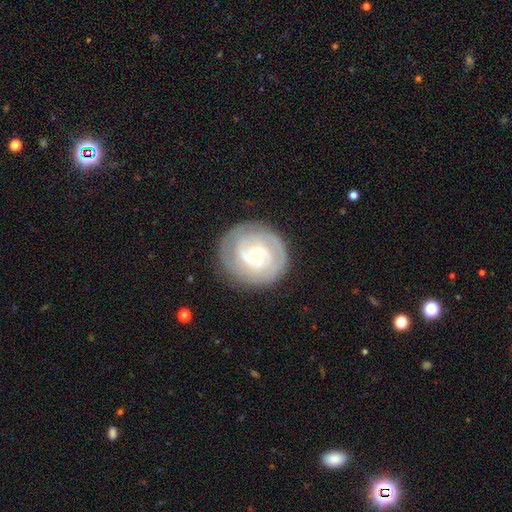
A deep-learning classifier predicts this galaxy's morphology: The model was most divided on "bar": weak: 44%, no: 43%, strong: 13%. Remaining: edge-on disk — no (97%); spiral arms — yes (91%); merging — none (82%); smooth or featured — featured or disk (78%); bulge size — small (70%); spiral winding — tight (66%); spiral arm count — 2 (44%).